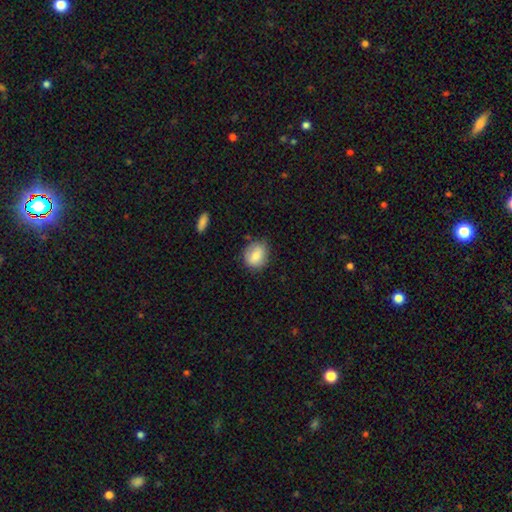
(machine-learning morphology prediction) The model was most divided on "how rounded": round: 70%, in between: 29%, cigar-shaped: 1%. More confident: smooth or featured — smooth (78%); merging — none (77%).